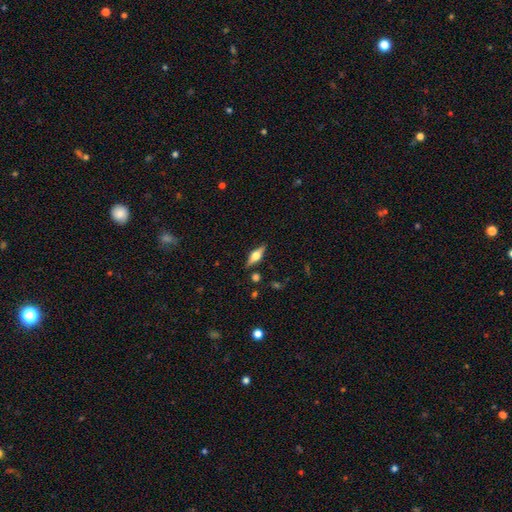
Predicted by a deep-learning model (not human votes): featured or disk 67%, smooth 26%, star or artifact 7%. Down the decision tree: edge-on disk — yes (96%); edge-on bulge — rounded (93%); merging — none (87%).